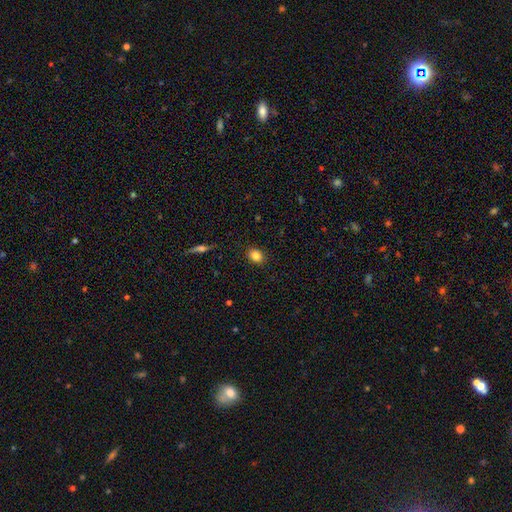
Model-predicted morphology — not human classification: The model was most divided on "how rounded": in between: 55%, round: 43%, cigar-shaped: 1%. More confident: merging — none (89%); smooth or featured — smooth (84%).